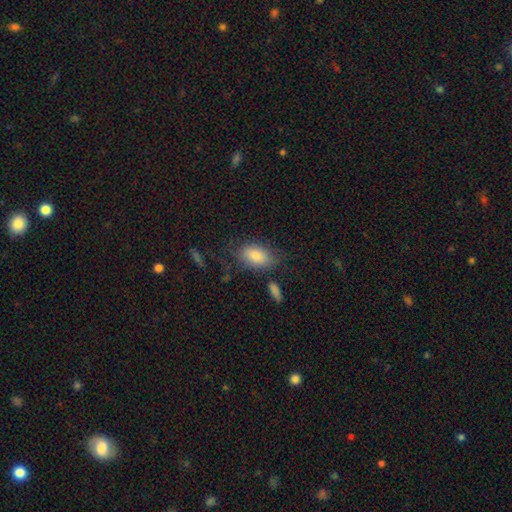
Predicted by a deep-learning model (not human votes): A smooth galaxy with no disk features (83%) that is in between round and cigar-shaped (90%). Merging: none (68%).